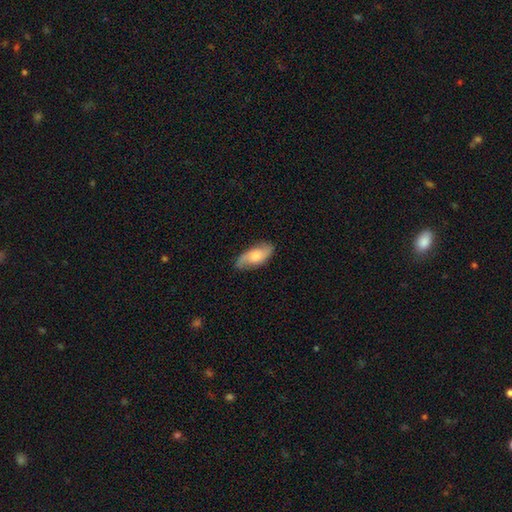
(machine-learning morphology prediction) Overall: smooth (57%; featured or disk 38%). How rounded: in between (83%). Merging: none (81%).